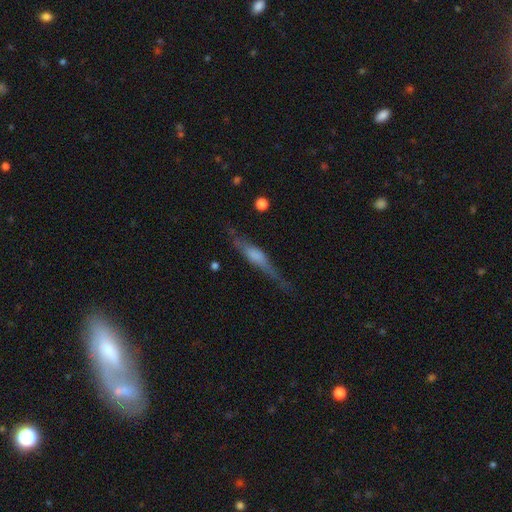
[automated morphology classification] The model was most divided on "edge-on bulge": rounded: 50%, boxy: 33%, none: 17%. More confident: edge-on disk — yes (91%); merging — none (63%); smooth or featured — featured or disk (55%).